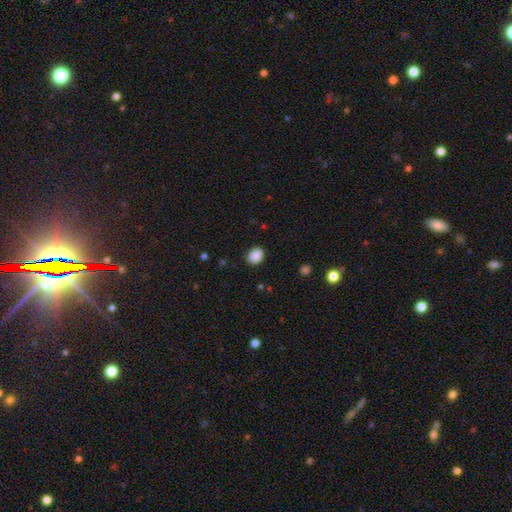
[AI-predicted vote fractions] Smooth or featured? smooth (89%)
How rounded? in between (55%)
Merging? none (87%)